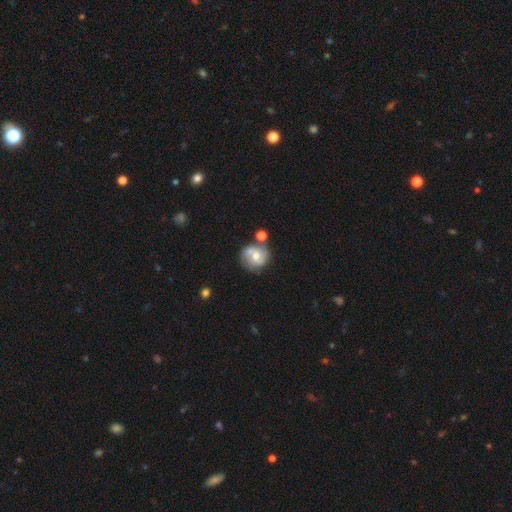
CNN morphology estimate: smooth_or_featured: featured or disk (p=0.58) [alt: smooth p=0.34]
disk_edge_on: no (p=0.98) [alt: yes p=0.02]
bar: no (p=0.57) [alt: weak p=0.36]
has_spiral_arms: yes (p=0.83) [alt: no p=0.17]
bulge_size: moderate (p=0.63) [alt: small p=0.27]
merging: none (p=0.56) [alt: merger p=0.19]